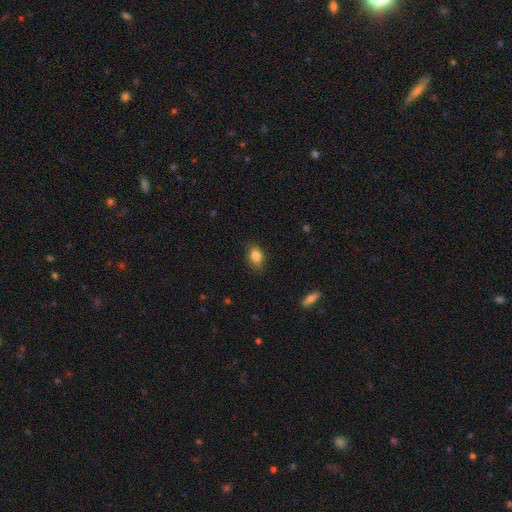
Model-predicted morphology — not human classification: smooth 84%, star or artifact 9%, featured or disk 7%. Down the decision tree: how rounded — in between (77%); merging — none (77%).